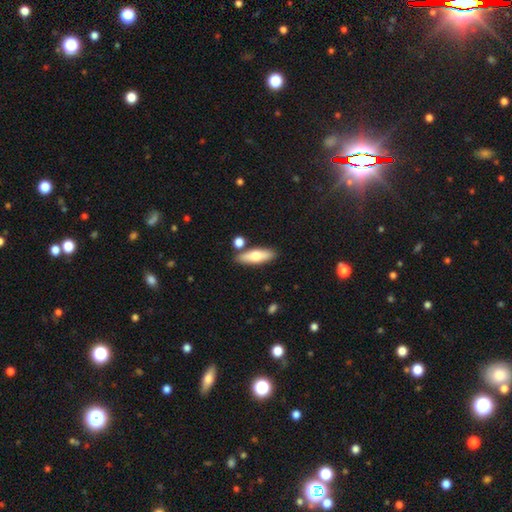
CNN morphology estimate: Smooth or featured: smooth — 65% (featured or disk — 29%)
How rounded: in between — 50% (cigar-shaped — 47%)
Merging: none — 81% (minor disturbance — 10%)